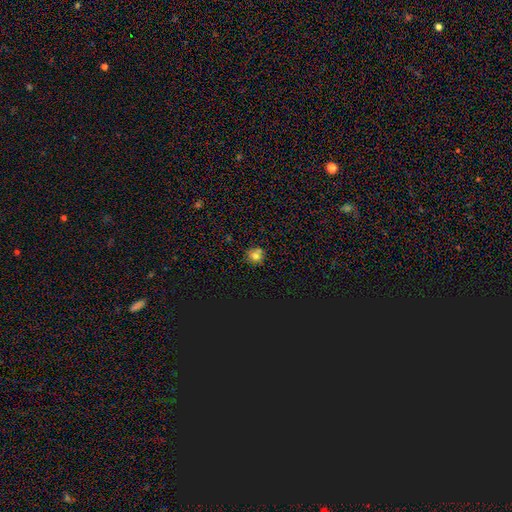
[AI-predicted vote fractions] A smooth galaxy with no disk features (65%) that is round (87%).

Vote fractions:
- Smooth or featured? smooth: 65% / star or artifact: 24% / featured or disk: 10%
- How rounded? round: 87% / in between: 12% / cigar-shaped: 1%
- Merging? none: 74% / minor disturbance: 12% / merger: 10% / major disturbance: 4%